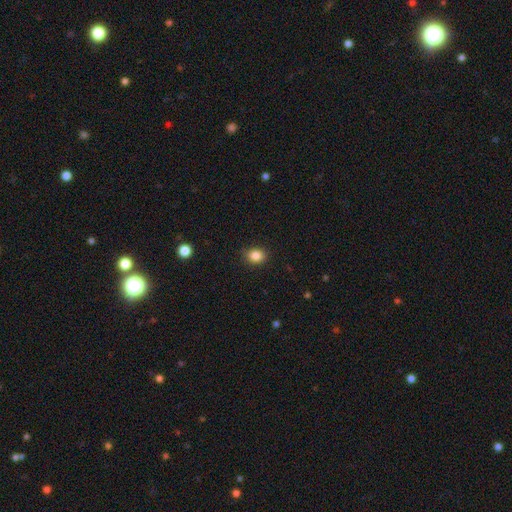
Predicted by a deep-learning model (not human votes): smooth_or_featured: smooth (p=0.85) [alt: star or artifact p=0.10]
how_rounded: round (p=0.56) [alt: in between p=0.43]
merging: none (p=0.86) [alt: minor disturbance p=0.10]